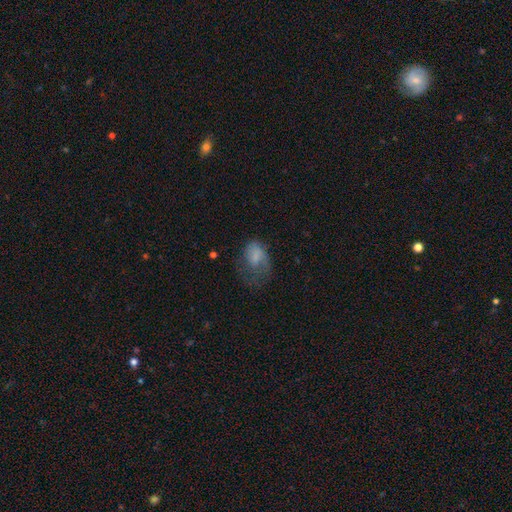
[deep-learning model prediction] This appears to be a smooth galaxy with no disk features (67%) that is in between round and cigar-shaped (82%). Merging: major disturbance (49%).